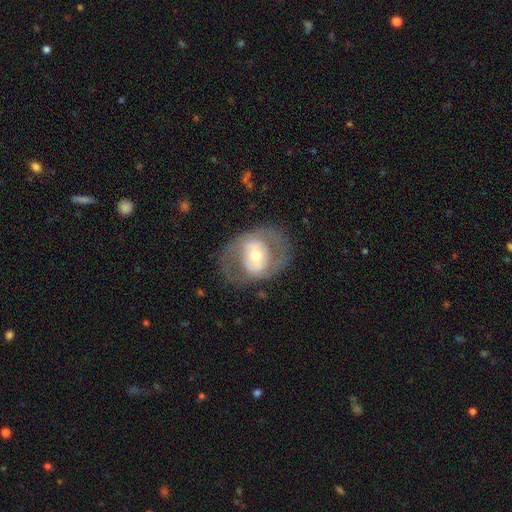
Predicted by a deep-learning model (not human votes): Overall: featured or disk (67%; smooth 27%). Edge-on disk: no (95%). Bar: no (42%; weak 34%). Spiral arms: no (60%; yes 40%). Bulge size: moderate (66%). Merging: none (68%).